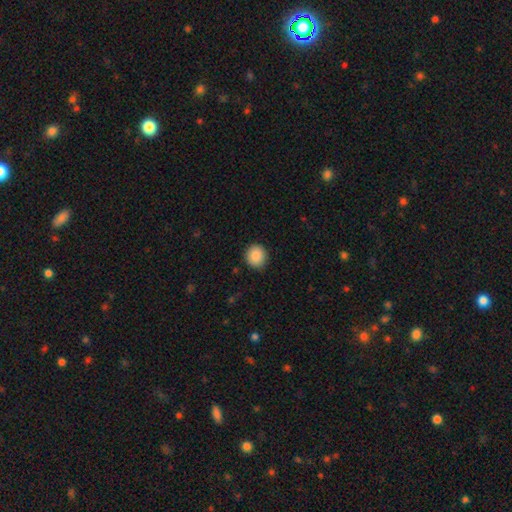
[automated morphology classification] Smooth or featured?
  - smooth: 88% *
  - star or artifact: 8%
  - featured or disk: 4%
How rounded?
  - round: 87% *
  - in between: 12%
  - cigar-shaped: 1%
Merging?
  - none: 89% *
  - minor disturbance: 8%
  - major disturbance: 2%
  - merger: 1%